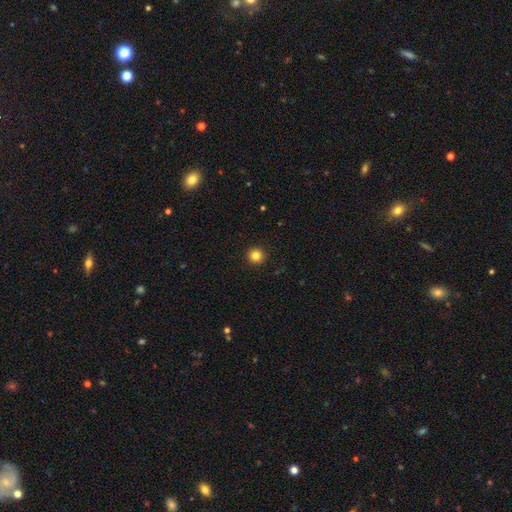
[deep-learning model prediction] Smooth or featured: smooth — 83% (star or artifact — 12%)
How rounded: round — 95% (in between — 4%)
Merging: none — 93% (minor disturbance — 4%)